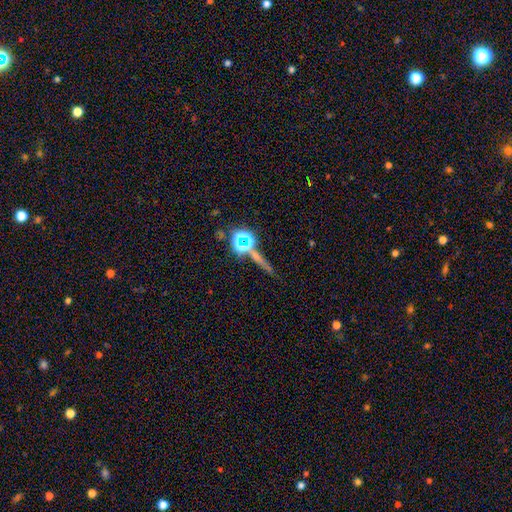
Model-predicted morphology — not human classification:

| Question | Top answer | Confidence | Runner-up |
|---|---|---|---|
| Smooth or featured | star or artifact | 50% | smooth (28%) |